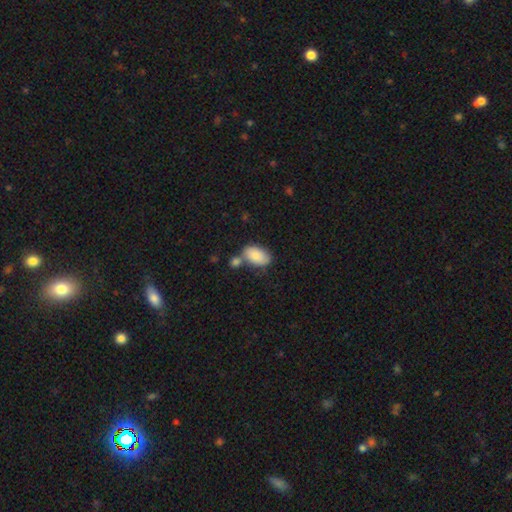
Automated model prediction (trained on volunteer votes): Smooth or featured? Predicted: smooth (p=0.84). How rounded? Predicted: in between (p=0.93). Merging? Predicted: none (p=0.53).